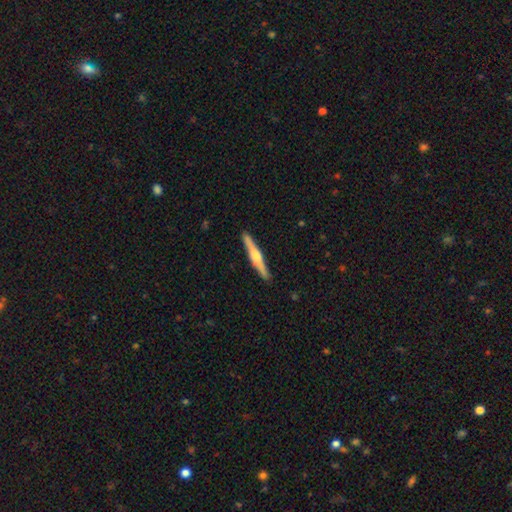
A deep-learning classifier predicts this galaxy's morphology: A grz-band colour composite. It shows a featured or disk galaxy (66%) viewed edge-on (98%) with a rounded central bulge (87%). Merging: none (91%).